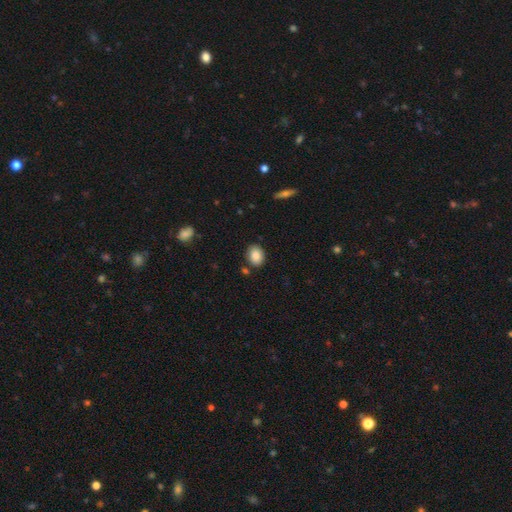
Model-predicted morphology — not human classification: Overall: smooth (86%). How rounded: in between (63%; round 36%). Merging: none (83%).